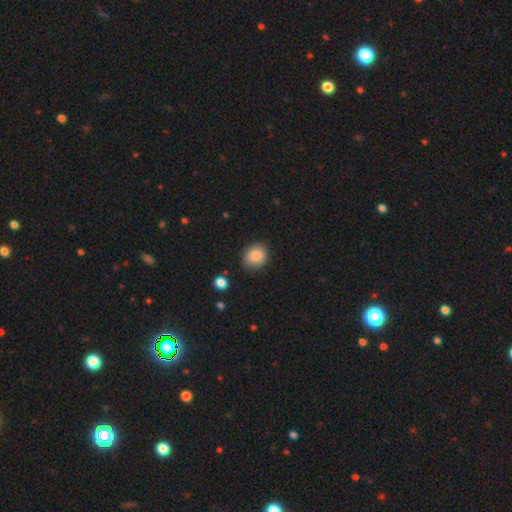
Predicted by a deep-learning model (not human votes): smooth_or_featured: smooth (p=0.86) [alt: star or artifact p=0.09]
how_rounded: round (p=0.61) [alt: in between p=0.38]
merging: none (p=0.83) [alt: minor disturbance p=0.13]